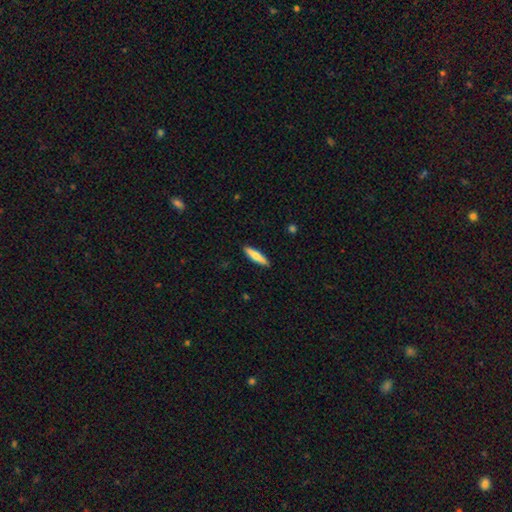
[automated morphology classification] A smooth galaxy with no disk features (65%) that is cigar-shaped (76%). Merging: none (90%).